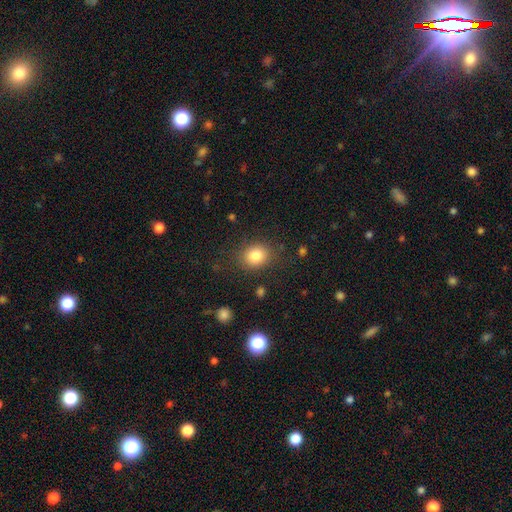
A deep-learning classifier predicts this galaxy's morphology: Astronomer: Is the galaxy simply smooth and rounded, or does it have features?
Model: smooth — 83%.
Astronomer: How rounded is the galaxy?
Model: round — 64%.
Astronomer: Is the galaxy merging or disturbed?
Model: none — 83%.